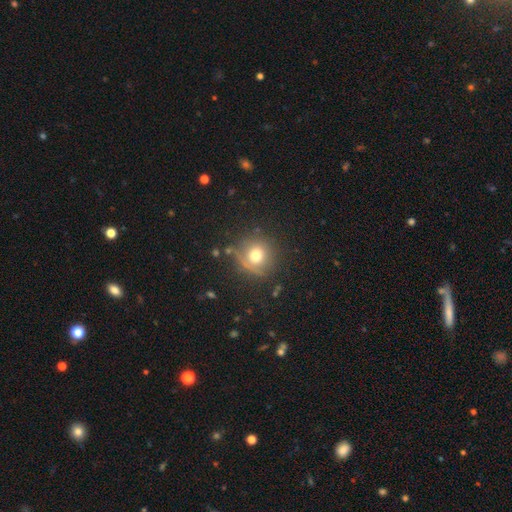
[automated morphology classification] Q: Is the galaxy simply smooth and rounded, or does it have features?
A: smooth — 73%.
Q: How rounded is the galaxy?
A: round — 92%.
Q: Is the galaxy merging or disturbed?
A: none — 73%.